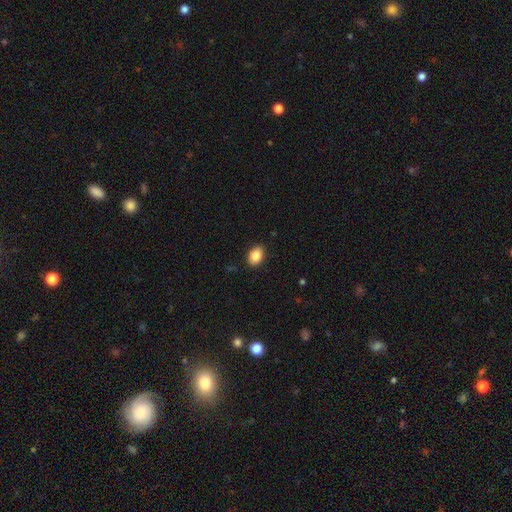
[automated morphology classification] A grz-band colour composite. It shows a smooth galaxy with no disk features (88%) that is in between round and cigar-shaped (83%). Merging: none (88%).